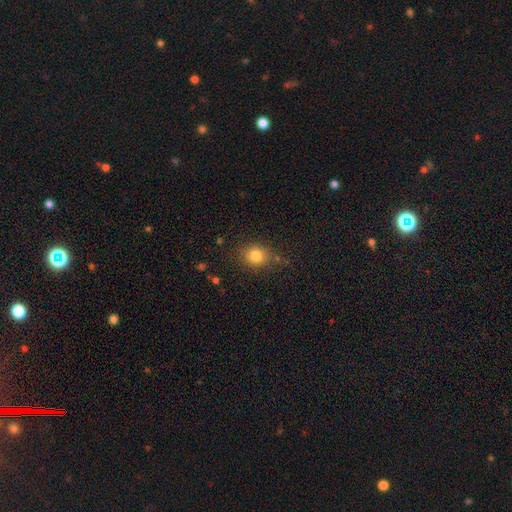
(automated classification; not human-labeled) Smooth or featured? Predicted: smooth (p=0.82). How rounded? Predicted: round (p=0.70). Merging? Predicted: none (p=0.78).